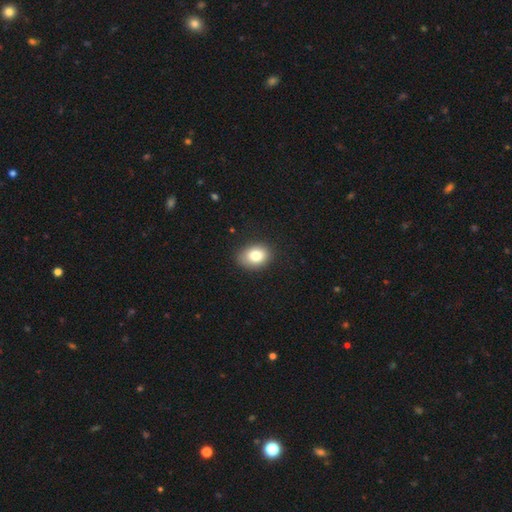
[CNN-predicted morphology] Overall: smooth (82%). How rounded: in between (71%). Merging: none (83%).